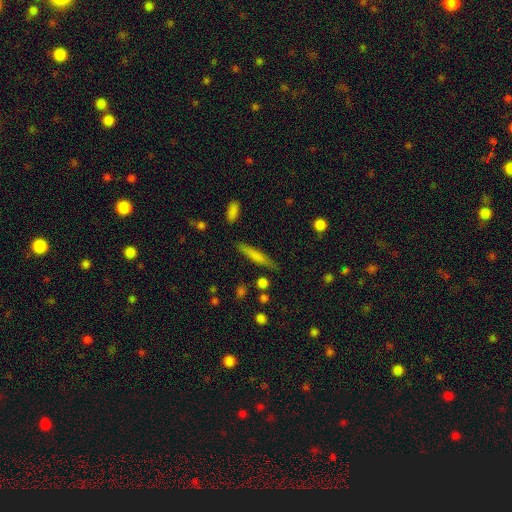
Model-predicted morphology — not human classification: smooth-or-featured: smooth: 66% | featured or disk: 26% | star or artifact: 7%
  how-rounded: cigar-shaped: 90% | in between: 8% | round: 2%
  merging: none: 81% | minor disturbance: 13% | major disturbance: 3% | merger: 3%